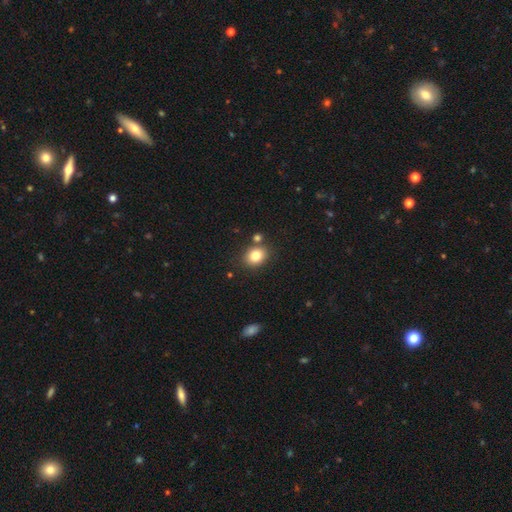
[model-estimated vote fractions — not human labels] Q: Smooth or featured?
A: smooth (81%); runner-up: star or artifact (11%)
Q: How rounded?
A: round (54%); runner-up: in between (45%)
Q: Merging?
A: none (77%); runner-up: minor disturbance (10%)